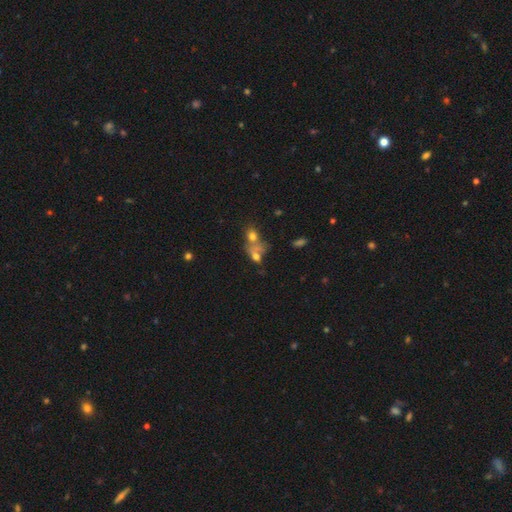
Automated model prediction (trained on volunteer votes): The model was most divided on "smooth or featured": smooth: 49%, star or artifact: 28%, featured or disk: 24%. More confident: merging — merger (54%).